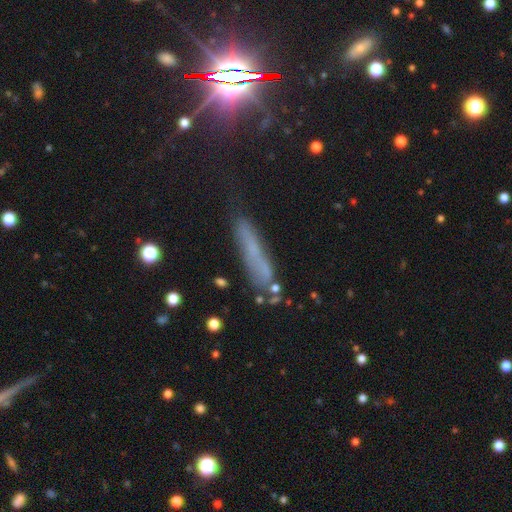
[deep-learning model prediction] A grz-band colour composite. It shows a smooth galaxy with no disk features (40%). Merging: none (71%).